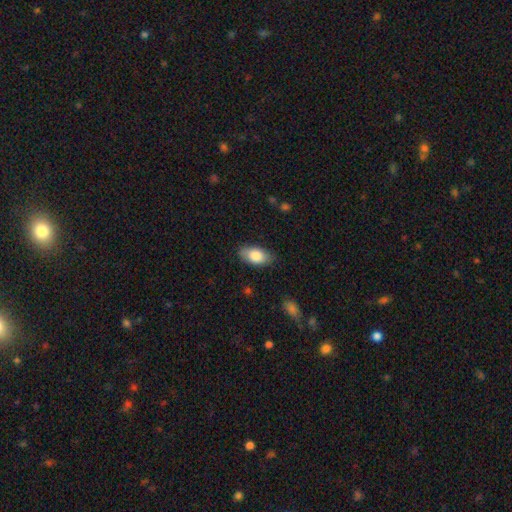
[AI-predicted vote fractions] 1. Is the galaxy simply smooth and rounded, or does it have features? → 82% smooth, 11% featured or disk, 6% star or artifact.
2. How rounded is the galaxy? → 92% in between, 4% round, 3% cigar-shaped.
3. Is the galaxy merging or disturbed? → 81% none, 15% minor disturbance, 3% major disturbance, 1% merger.